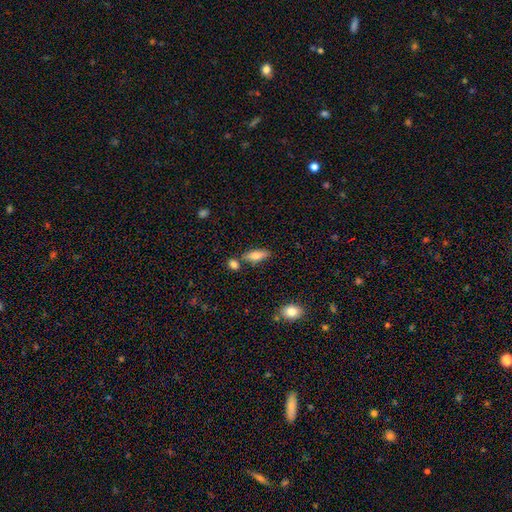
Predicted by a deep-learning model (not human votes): Q: Smooth or featured?
A: smooth (74%); runner-up: featured or disk (18%)
Q: How rounded?
A: in between (67%); runner-up: cigar-shaped (30%)
Q: Merging?
A: none (70%); runner-up: merger (13%)